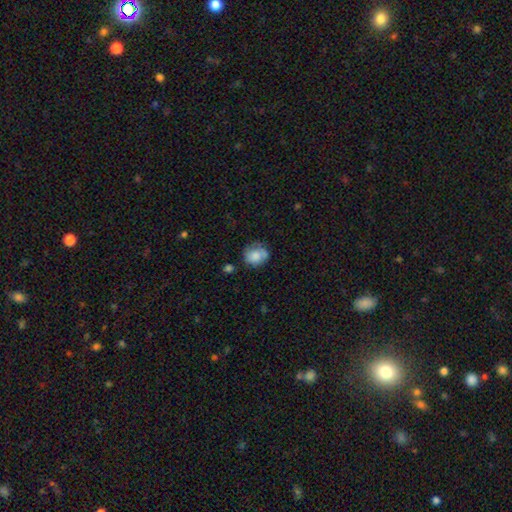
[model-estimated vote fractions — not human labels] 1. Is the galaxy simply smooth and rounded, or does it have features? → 71% smooth, 21% featured or disk, 8% star or artifact.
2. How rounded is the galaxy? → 69% round, 30% in between, 1% cigar-shaped.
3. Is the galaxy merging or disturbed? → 56% none, 27% minor disturbance, 10% major disturbance, 7% merger.